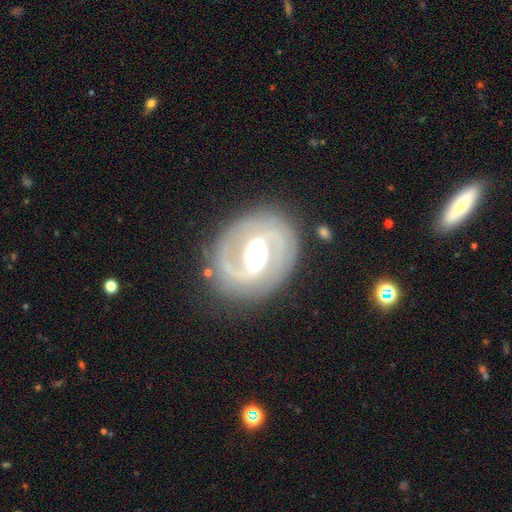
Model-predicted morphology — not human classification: The model was most divided on "bar": weak: 42%, strong: 34%, no: 25%. Remaining: edge-on disk — no (98%); spiral arms — yes (95%); spiral arm count — 2 (91%); smooth or featured — featured or disk (88%); merging — none (82%); spiral winding — medium (52%); bulge size — moderate (48%).